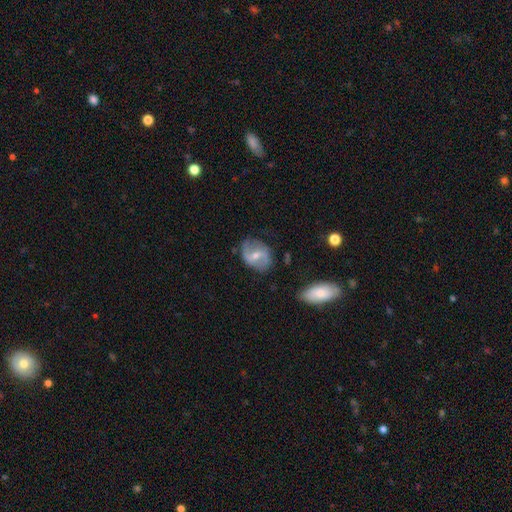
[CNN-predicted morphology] type=featured or disk (71%); edge-on=no (96%); bar=weak (49%); spiral arms=yes (86%); winding=loose (49%); arm count=2 (87%); bulge=moderate (53%); merging=none (72%).